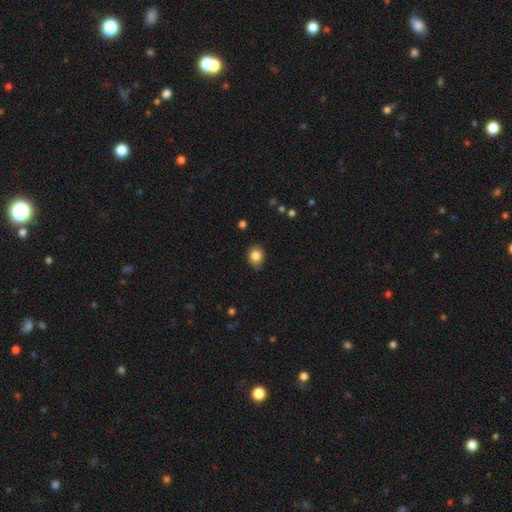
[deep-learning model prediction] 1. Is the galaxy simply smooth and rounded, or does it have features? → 84% smooth, 10% star or artifact, 7% featured or disk.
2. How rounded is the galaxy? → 59% round, 40% in between, 1% cigar-shaped.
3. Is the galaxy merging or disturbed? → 78% none, 18% minor disturbance, 3% major disturbance, 1% merger.